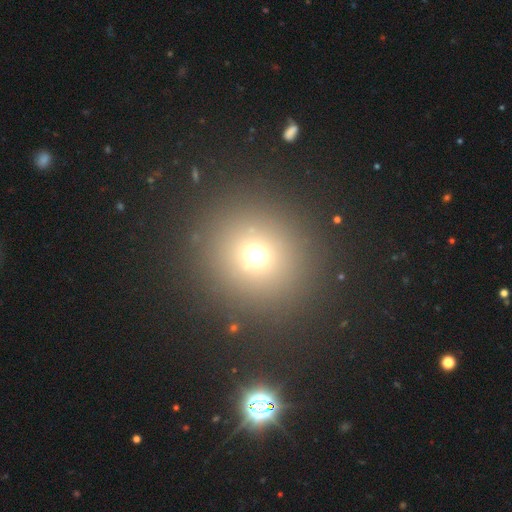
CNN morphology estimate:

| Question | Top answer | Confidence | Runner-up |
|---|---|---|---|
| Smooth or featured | smooth | 66% | star or artifact (25%) |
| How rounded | round | 90% | in between (9%) |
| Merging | none | 87% | minor disturbance (6%) |